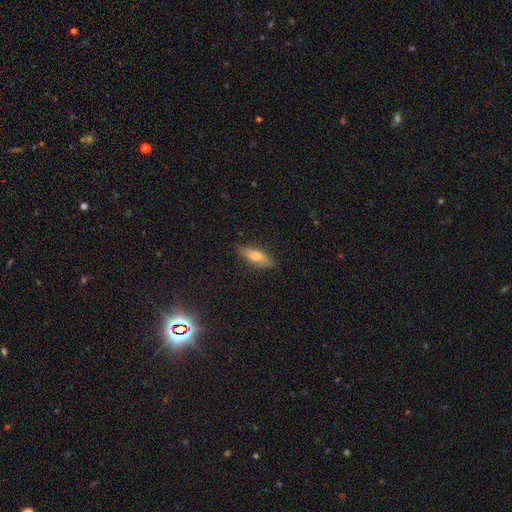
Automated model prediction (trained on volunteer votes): This appears to be a smooth galaxy with no disk features (62%) that is cigar-shaped (52%). Merging: none (85%).